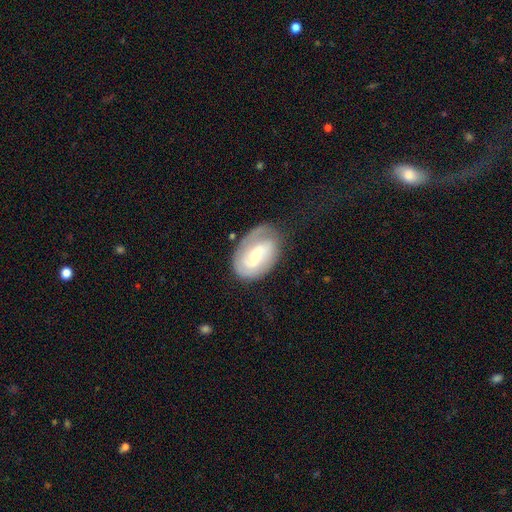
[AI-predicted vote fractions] Smooth or featured? featured or disk (72%)
Edge-on disk? no (96%)
Bar? weak (49%)
Spiral arms? yes (89%)
Spiral winding? tight (49%)
Spiral arm count? 2 (53%)
Bulge size? moderate (52%)
Merging? none (62%)